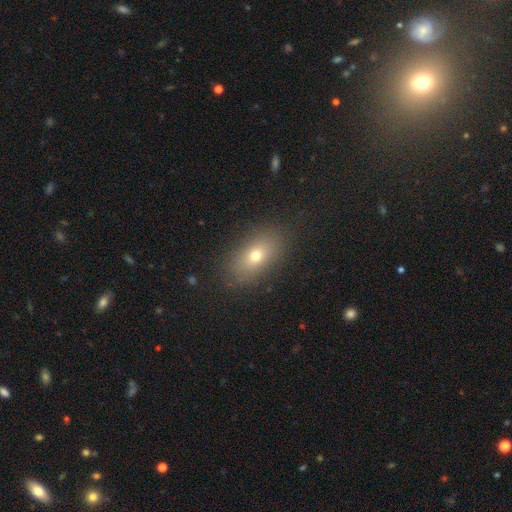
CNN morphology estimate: The model was most divided on "smooth or featured": smooth: 71%, featured or disk: 18%, star or artifact: 12%. More confident: merging — none (85%); how rounded — in between (82%).